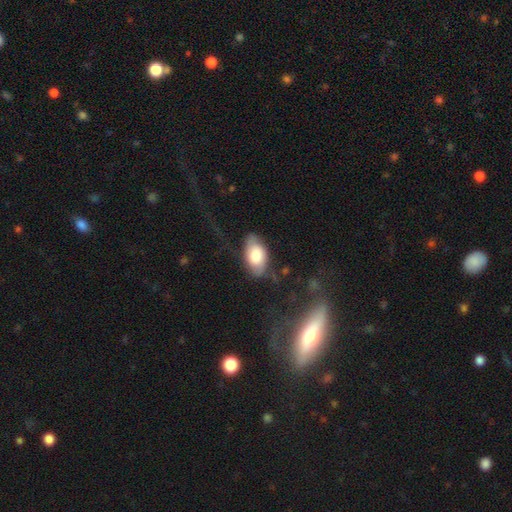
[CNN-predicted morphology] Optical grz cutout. It shows a smooth galaxy with no disk features (66%) that is in between round and cigar-shaped (93%). Merging: none (58%).